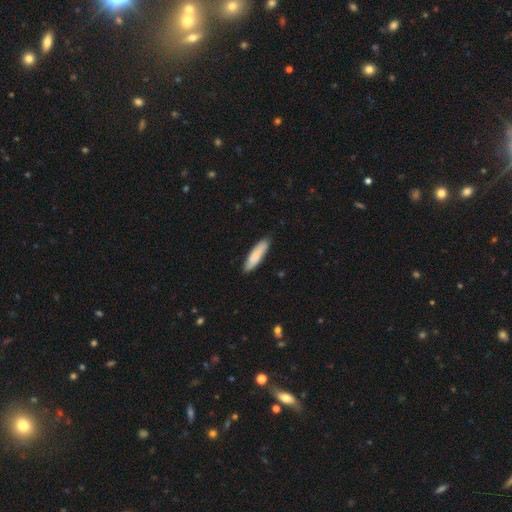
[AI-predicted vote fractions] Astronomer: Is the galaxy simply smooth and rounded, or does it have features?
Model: smooth — 82%.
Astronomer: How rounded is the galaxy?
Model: cigar-shaped — 65%.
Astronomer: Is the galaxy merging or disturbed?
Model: none — 84%.